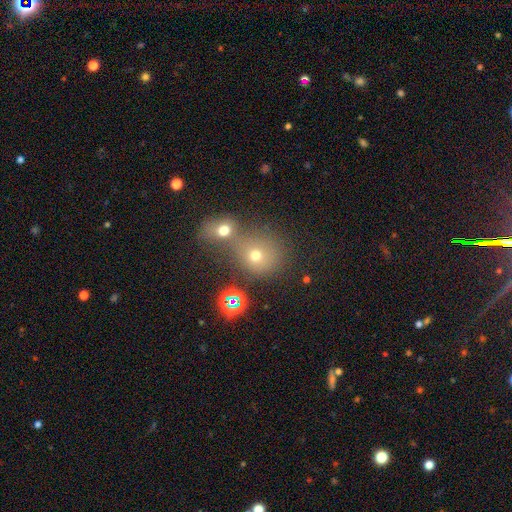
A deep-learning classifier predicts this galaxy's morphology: Smooth or featured: smooth — 66% (star or artifact — 21%)
How rounded: round — 78% (in between — 20%)
Merging: merger — 51% (none — 37%)